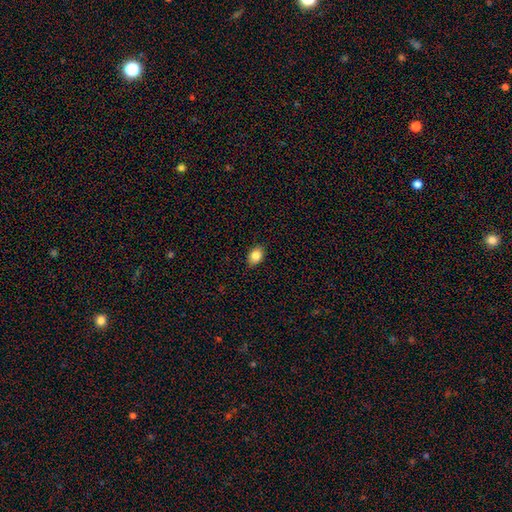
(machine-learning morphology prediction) A smooth galaxy with no disk features (85%) that is in between round and cigar-shaped (76%). Merging: none (89%).